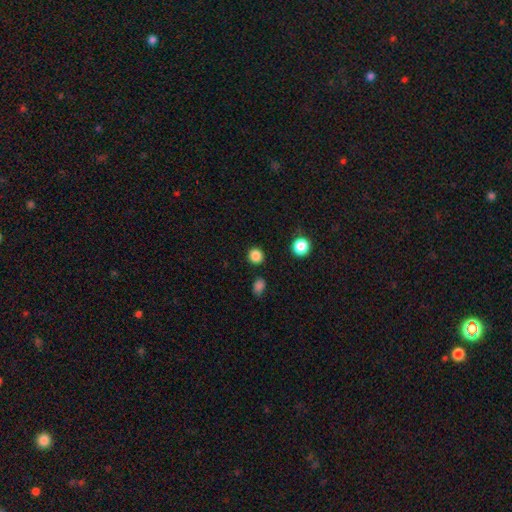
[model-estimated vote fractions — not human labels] This is clearly a smooth galaxy (85%). How rounded: clearly round (90%). Merging: clearly none (89%).